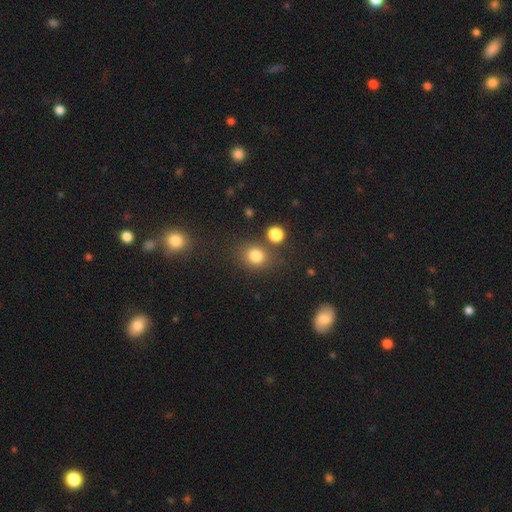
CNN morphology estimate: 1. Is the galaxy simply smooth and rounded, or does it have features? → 80% smooth, 14% star or artifact, 6% featured or disk.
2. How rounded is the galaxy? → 71% round, 28% in between, 1% cigar-shaped.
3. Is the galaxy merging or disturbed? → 73% none, 11% minor disturbance, 11% merger, 4% major disturbance.